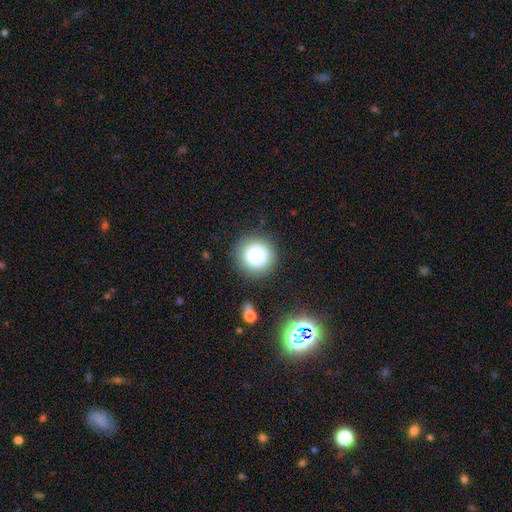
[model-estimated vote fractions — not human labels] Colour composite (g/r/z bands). It shows a smooth galaxy with no disk features (79%) that is round (92%). Merging: none (74%).